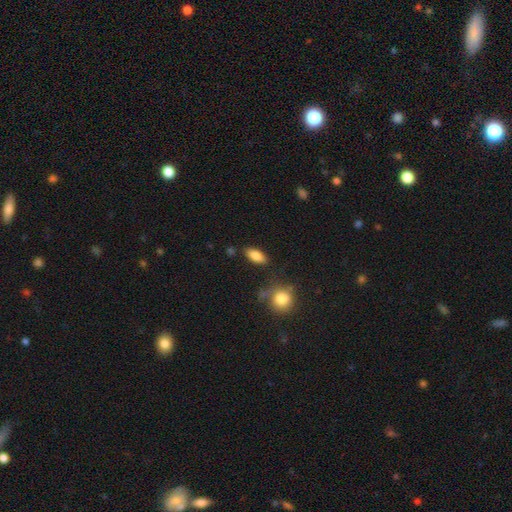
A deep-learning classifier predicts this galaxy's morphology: Smooth or featured: smooth — 84% (featured or disk — 9%)
How rounded: in between — 86% (cigar-shaped — 11%)
Merging: none — 81% (minor disturbance — 12%)